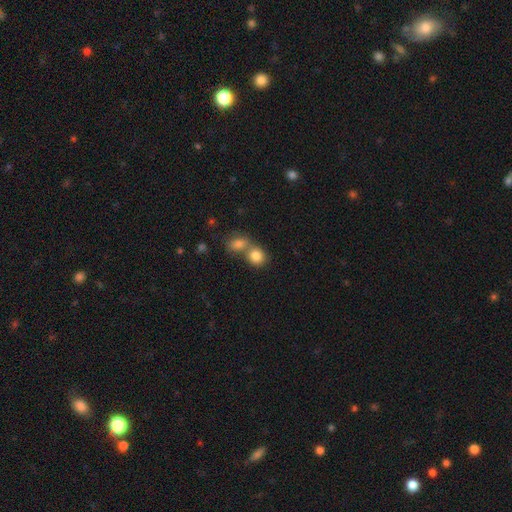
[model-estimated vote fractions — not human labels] Overall: smooth (82%). How rounded: round (71%). Merging: merger (51%; none 39%).